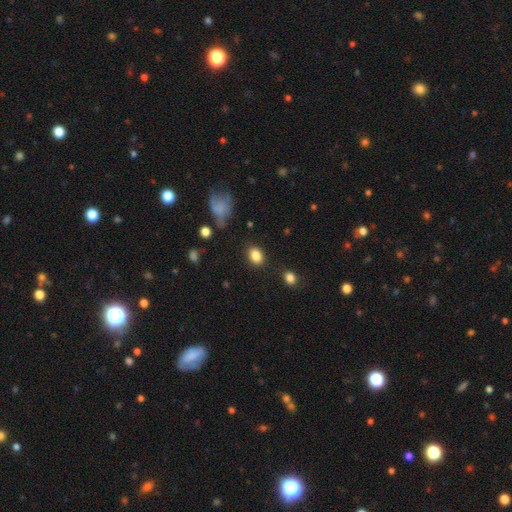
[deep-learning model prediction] This appears to be a smooth galaxy with no disk features (85%) that is in between round and cigar-shaped (69%). Merging: none (83%).